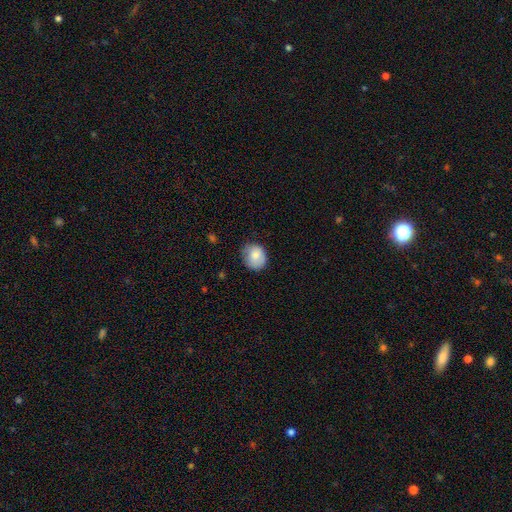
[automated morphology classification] type=smooth (83%); roundness=round (71%); merging=none (67%).